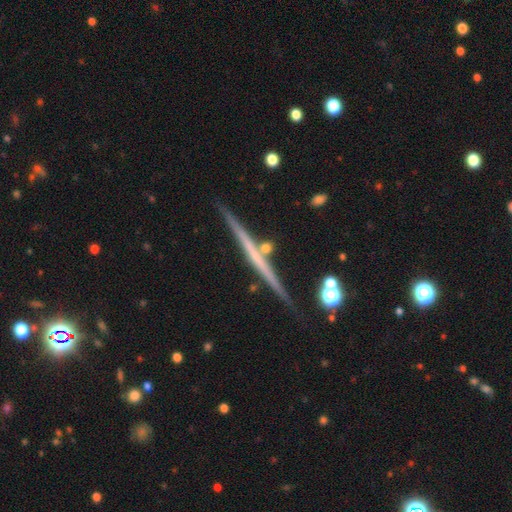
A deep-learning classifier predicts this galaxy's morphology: This is likely a featured or disk galaxy (70%). It is clearly viewed edge-on (98%). Edge-on bulge: clearly none (80%). Merging: clearly none (86%).